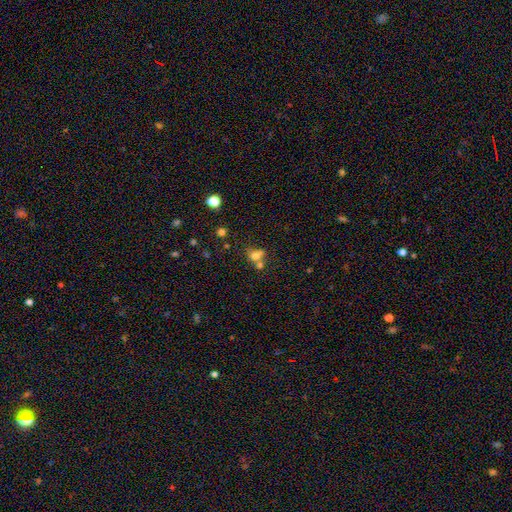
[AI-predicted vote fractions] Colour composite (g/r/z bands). It shows a smooth galaxy with no disk features (69%) that is round (60%). Merging: merger (51%).